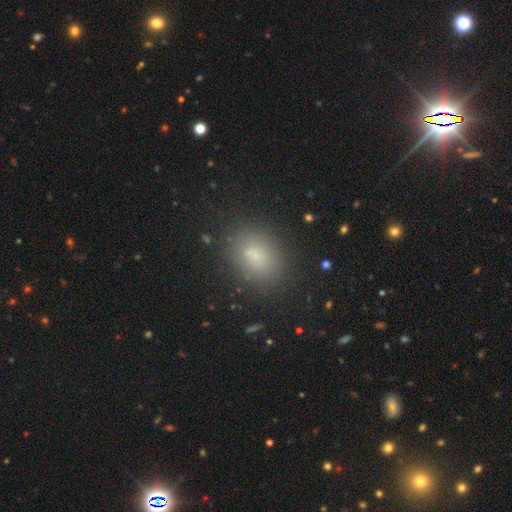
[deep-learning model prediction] This is likely a smooth galaxy (75%). How rounded: likely in between (66%). Merging: clearly none (81%).